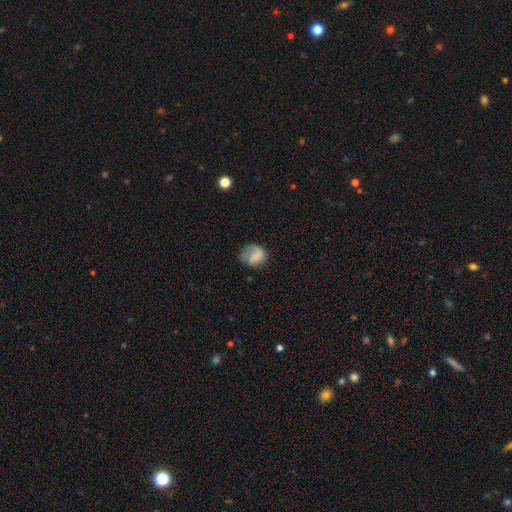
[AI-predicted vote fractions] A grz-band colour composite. It shows a smooth galaxy with no disk features (65%) that is round (56%). Merging: none (41%).